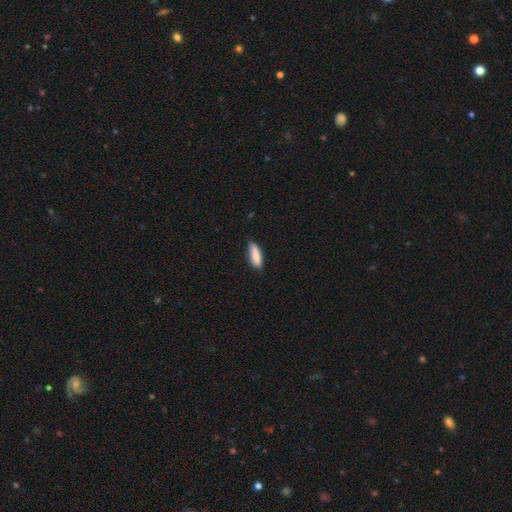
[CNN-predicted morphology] type=smooth (85%); roundness=in between (51%); merging=none (73%).